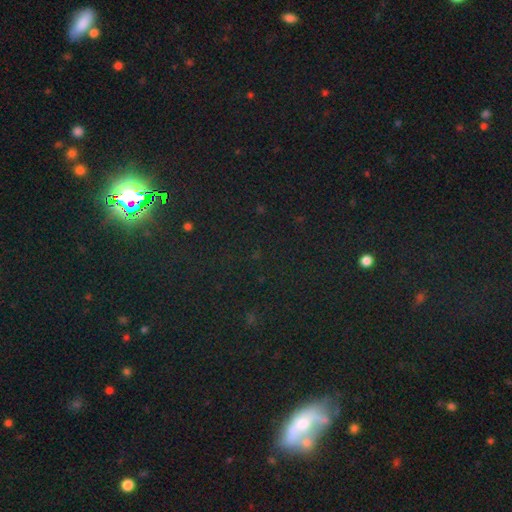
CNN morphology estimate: Q: Smooth or featured?
A: star or artifact (69%); runner-up: smooth (20%)